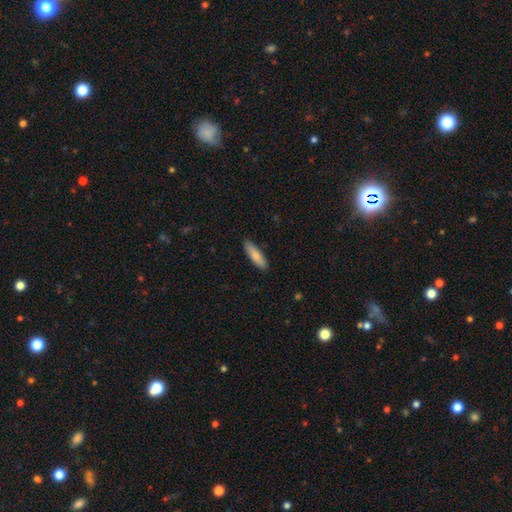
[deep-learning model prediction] smooth-or-featured: smooth: 81% | featured or disk: 13% | star or artifact: 6%
  how-rounded: cigar-shaped: 60% | in between: 38% | round: 2%
  merging: none: 88% | minor disturbance: 9% | major disturbance: 2% | merger: 1%